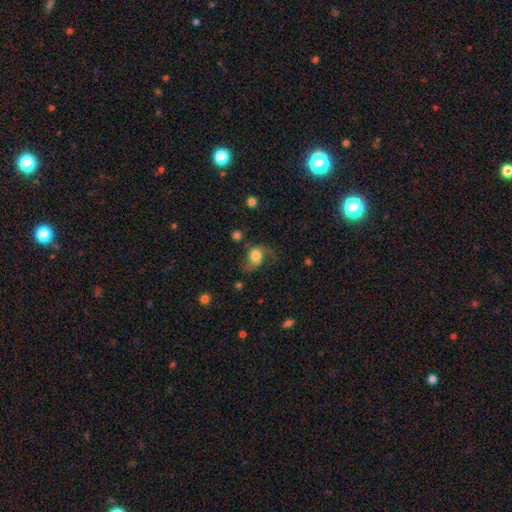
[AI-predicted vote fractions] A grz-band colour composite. It shows a smooth galaxy with no disk features (51%) that is in between round and cigar-shaped (55%). Merging: none (40%).